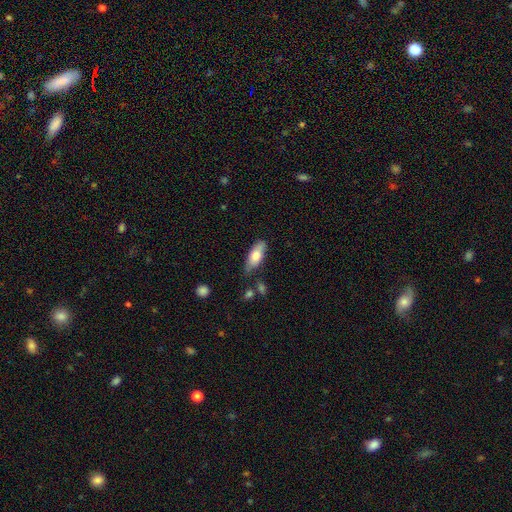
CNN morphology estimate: The model was most divided on "merging": none: 72%, minor disturbance: 20%, merger: 4%, major disturbance: 4%. More confident: how rounded — in between (76%); smooth or featured — smooth (73%).